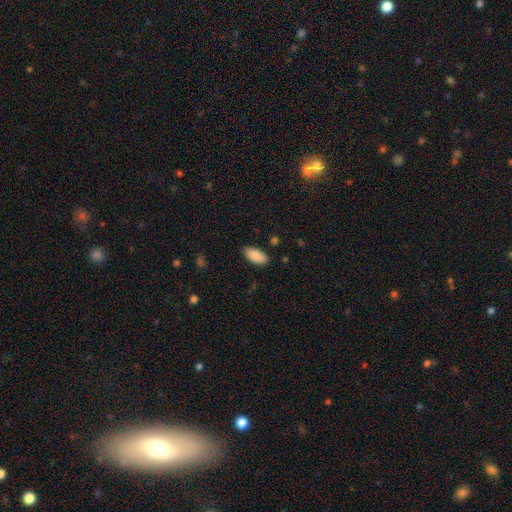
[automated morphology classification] A smooth galaxy with no disk features (89%) that is in between round and cigar-shaped (94%).

Vote fractions:
- Smooth or featured? smooth: 89% / star or artifact: 6% / featured or disk: 4%
- How rounded? in between: 94% / cigar-shaped: 5% / round: 2%
- Merging? none: 86% / minor disturbance: 10% / major disturbance: 2% / merger: 1%